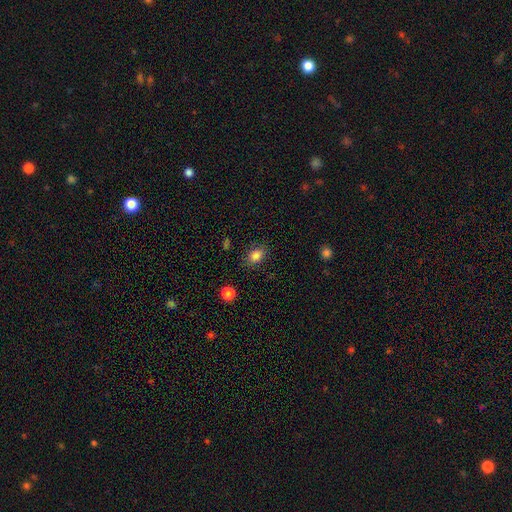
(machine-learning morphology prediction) Smooth or featured?
  - smooth: 84% *
  - star or artifact: 11%
  - featured or disk: 5%
How rounded?
  - in between: 72% *
  - round: 27%
  - cigar-shaped: 1%
Merging?
  - none: 83% *
  - minor disturbance: 12%
  - major disturbance: 3%
  - merger: 2%